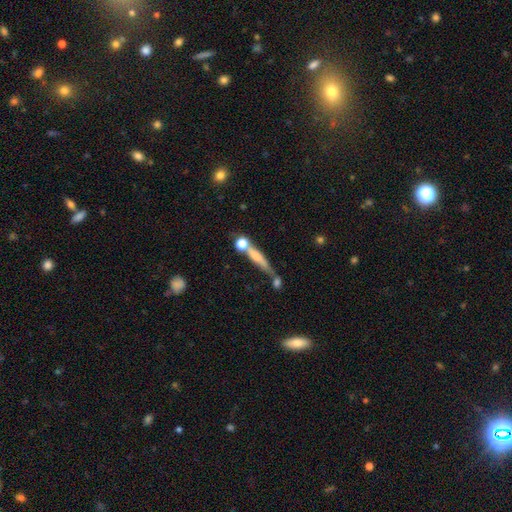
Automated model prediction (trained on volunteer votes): Smooth or featured: smooth — 54% (featured or disk — 36%)
How rounded: cigar-shaped — 79% (in between — 14%)
Merging: none — 48% (merger — 27%)